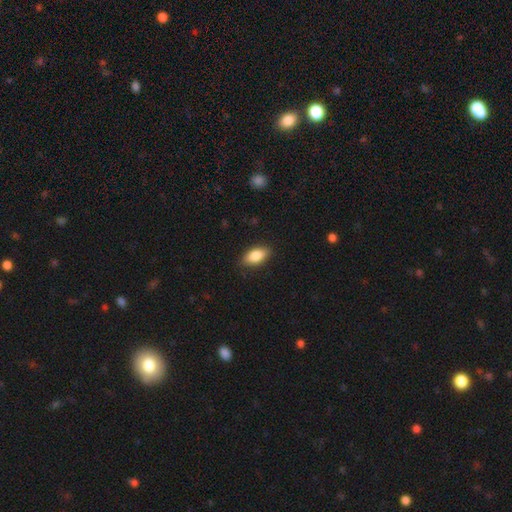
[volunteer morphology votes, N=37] smooth_or_featured: smooth (p=0.89) [alt: featured or disk p=0.11]
how_rounded: in between (p=0.82) [alt: cigar-shaped p=0.12]
merging: none (p=0.86) [alt: minor disturbance p=0.11]